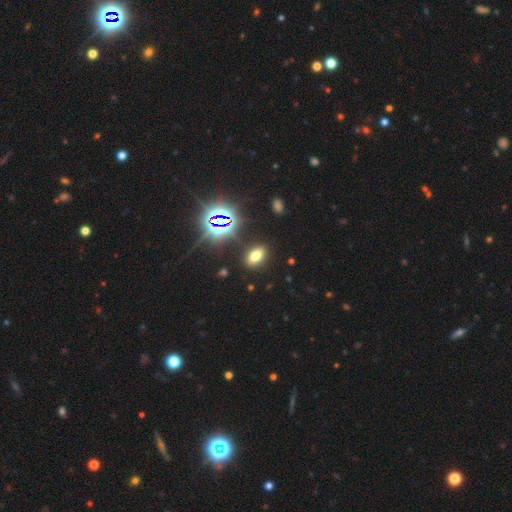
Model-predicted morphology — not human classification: Smooth or featured? Predicted: smooth (p=0.58). How rounded? Predicted: in between (p=0.86). Merging? Predicted: none (p=0.87).